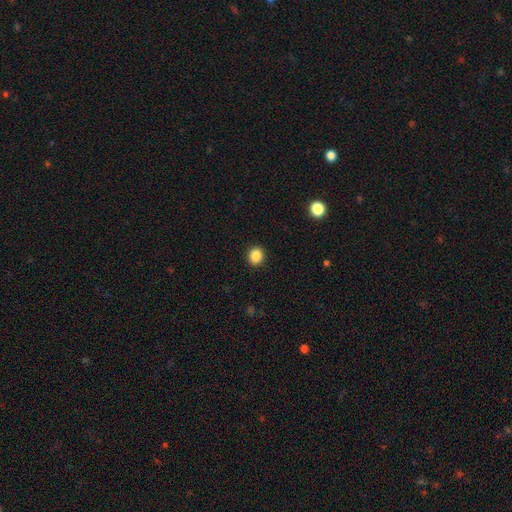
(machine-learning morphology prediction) This appears to be a smooth galaxy with no disk features (87%) that is round (75%). Merging: none (92%).